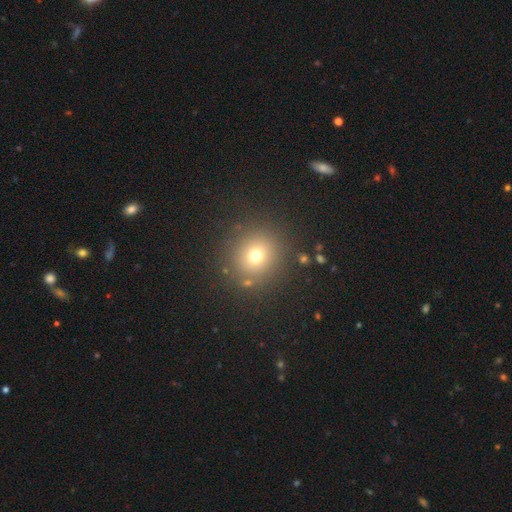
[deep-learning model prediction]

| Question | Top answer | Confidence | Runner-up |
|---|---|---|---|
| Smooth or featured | smooth | 70% | star or artifact (19%) |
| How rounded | round | 88% | in between (11%) |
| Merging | none | 85% | minor disturbance (8%) |